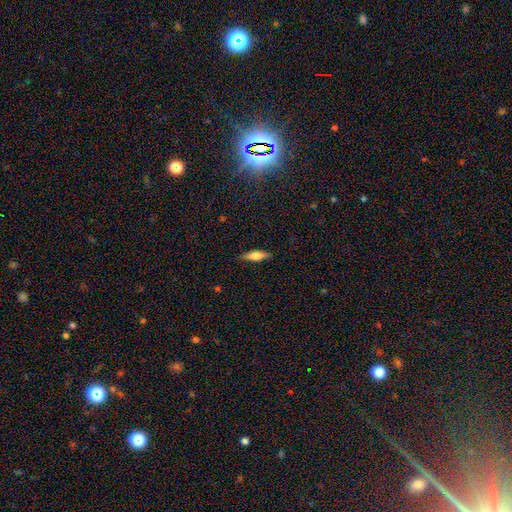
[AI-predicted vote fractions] The model was most divided on "how rounded": cigar-shaped: 54%, in between: 43%, round: 2%. More confident: merging — none (85%); smooth or featured — smooth (63%).